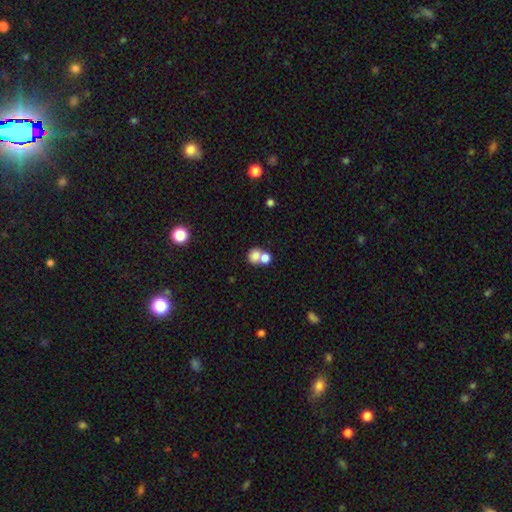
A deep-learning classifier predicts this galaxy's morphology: This appears to be a smooth galaxy with no disk features (77%) that is round (67%). Merging: merger (58%).